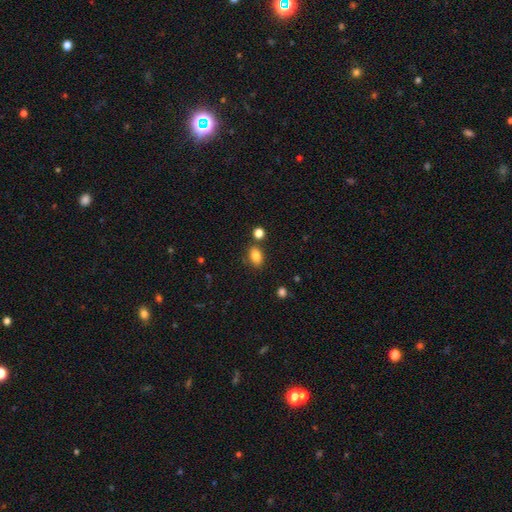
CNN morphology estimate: Smooth or featured? Predicted: smooth (p=0.84). How rounded? Predicted: in between (p=0.81). Merging? Predicted: none (p=0.77).